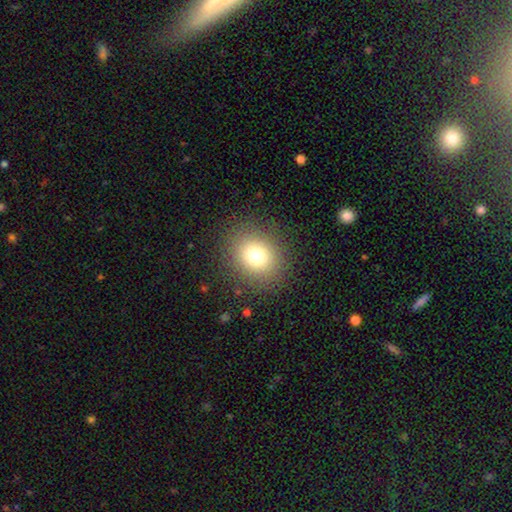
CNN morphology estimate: smooth_or_featured: smooth (p=0.75) [alt: star or artifact p=0.15]
how_rounded: round (p=0.70) [alt: in between p=0.29]
merging: none (p=0.86) [alt: minor disturbance p=0.08]